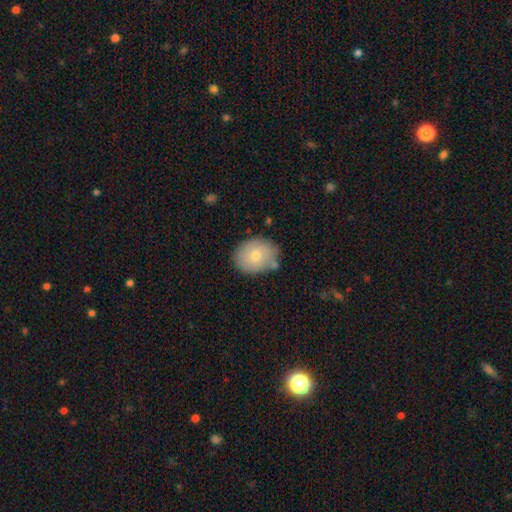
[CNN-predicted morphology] smooth 72%, featured or disk 21%, star or artifact 7%. Down the decision tree: how rounded — in between (52%); merging — none (75%).